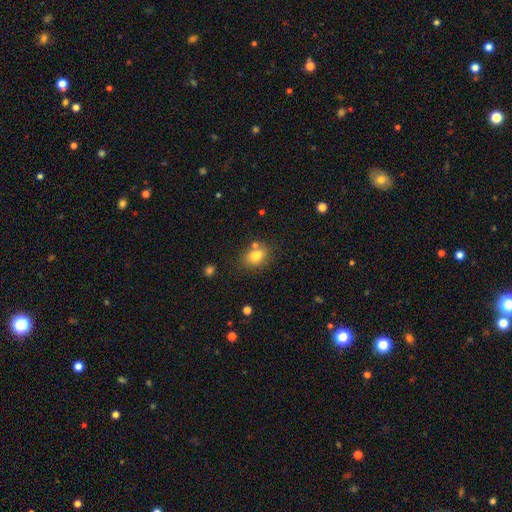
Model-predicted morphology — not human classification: Smooth or featured: smooth — 79% (star or artifact — 11%)
How rounded: in between — 70% (round — 28%)
Merging: none — 61% (merger — 18%)